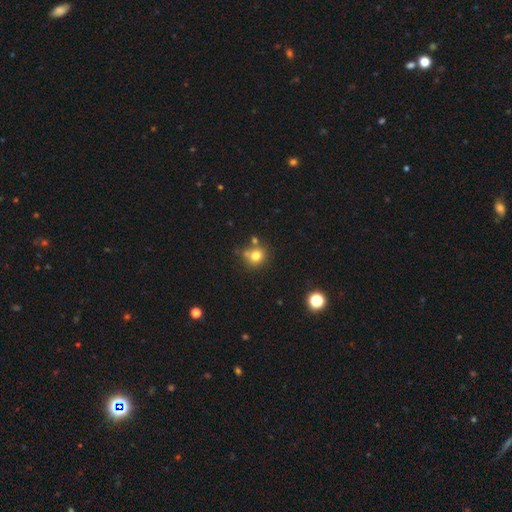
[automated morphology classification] Q: Smooth or featured?
A: smooth (77%); runner-up: star or artifact (13%)
Q: How rounded?
A: round (83%); runner-up: in between (16%)
Q: Merging?
A: none (66%); runner-up: merger (16%)